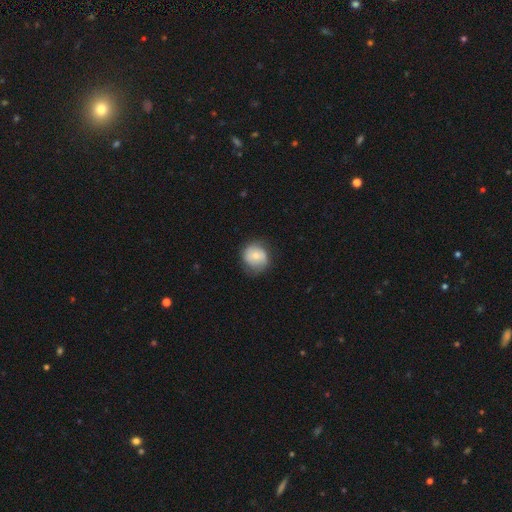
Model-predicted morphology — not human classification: smooth 62%, featured or disk 30%, star or artifact 8%. Down the decision tree: how rounded — round (83%); merging — none (71%).